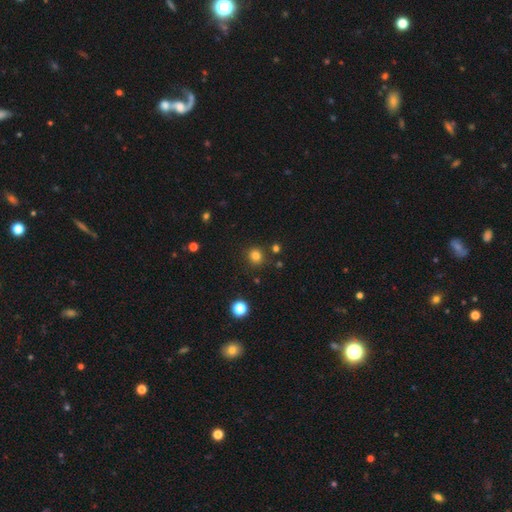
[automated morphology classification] smooth 81%, star or artifact 15%, featured or disk 5%. Down the decision tree: how rounded — round (86%); merging — none (85%).